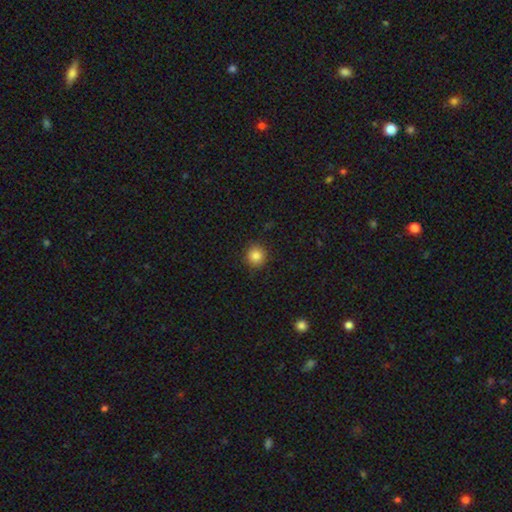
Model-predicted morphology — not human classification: smooth 84%, star or artifact 11%, featured or disk 5%. Down the decision tree: how rounded — round (92%); merging — none (90%).